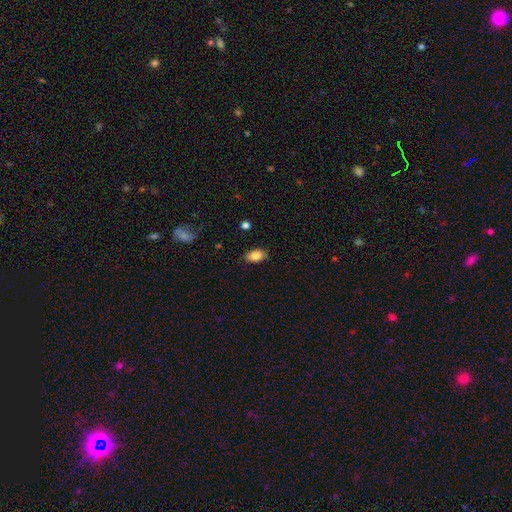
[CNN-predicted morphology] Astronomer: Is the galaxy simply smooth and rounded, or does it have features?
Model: smooth — 84%.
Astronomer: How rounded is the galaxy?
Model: in between — 92%.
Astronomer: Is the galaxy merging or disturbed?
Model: none — 85%.